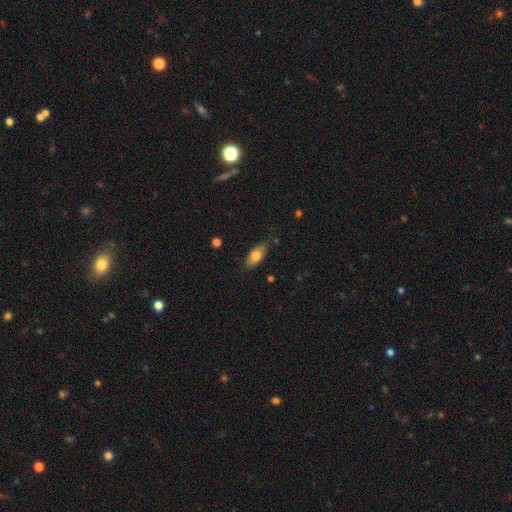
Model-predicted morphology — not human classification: smooth_or_featured: smooth (p=0.75) [alt: featured or disk p=0.18]
how_rounded: in between (p=0.86) [alt: cigar-shaped p=0.10]
merging: none (p=0.80) [alt: minor disturbance p=0.16]